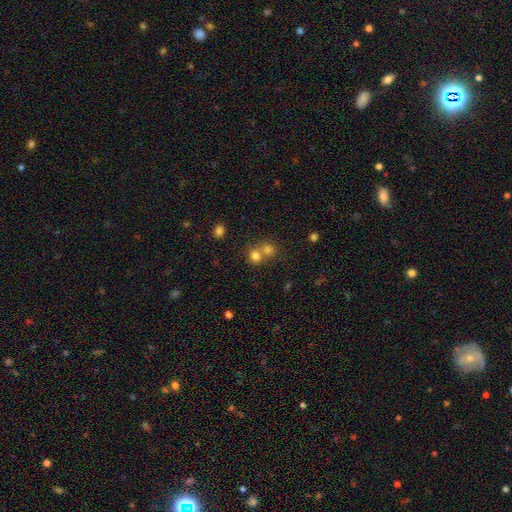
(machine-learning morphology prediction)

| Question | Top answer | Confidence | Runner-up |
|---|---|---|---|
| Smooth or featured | smooth | 76% | star or artifact (15%) |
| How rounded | round | 83% | in between (16%) |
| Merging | merger | 49% | none (44%) |